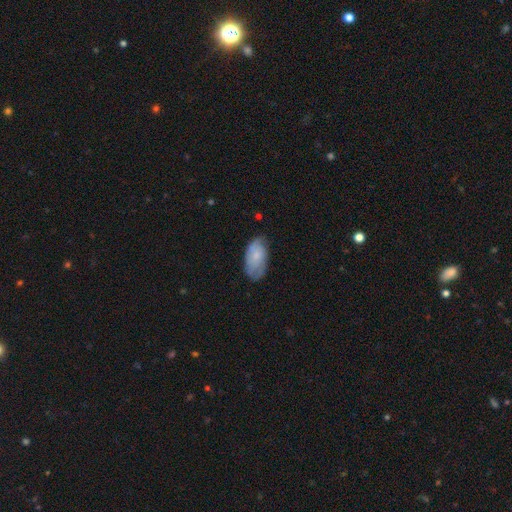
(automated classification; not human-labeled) Morphology: type=smooth (60%); roundness=in between (93%); merging=none (63%).